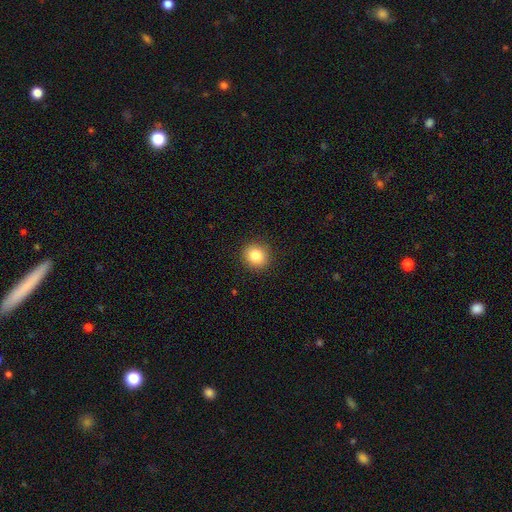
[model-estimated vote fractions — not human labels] Smooth or featured: smooth — 84% (star or artifact — 10%)
How rounded: round — 87% (in between — 12%)
Merging: none — 91% (minor disturbance — 6%)